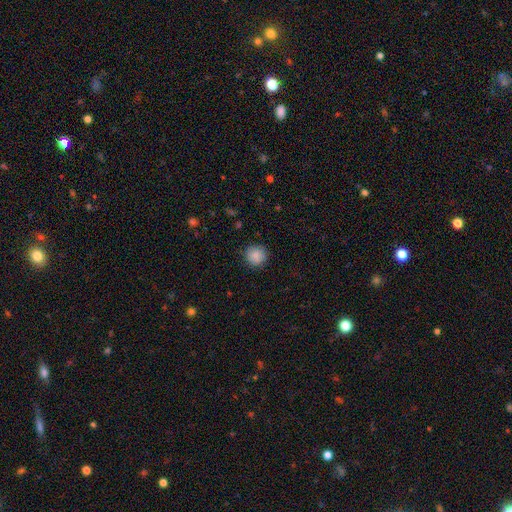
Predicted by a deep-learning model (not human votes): Smooth or featured: smooth — 85% (star or artifact — 9%)
How rounded: round — 93% (in between — 6%)
Merging: none — 85% (minor disturbance — 11%)